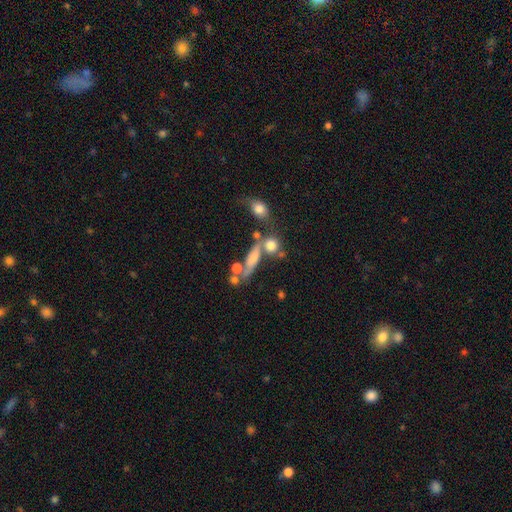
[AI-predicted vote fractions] The model was most divided on "merging": merger: 40%, none: 36%, minor disturbance: 12%, major disturbance: 12%. Remaining: smooth or featured — featured or disk (47%).